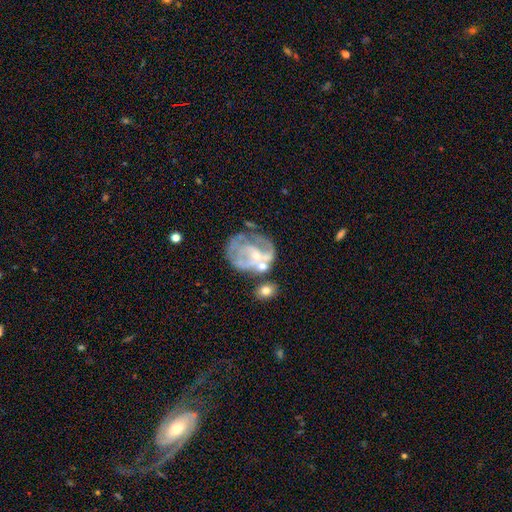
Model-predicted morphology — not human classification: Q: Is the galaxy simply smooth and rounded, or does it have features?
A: featured or disk — 70%.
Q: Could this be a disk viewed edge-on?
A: no — 98%.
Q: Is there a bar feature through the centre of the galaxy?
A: no — 69%.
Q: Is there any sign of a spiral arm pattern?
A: no — 55%.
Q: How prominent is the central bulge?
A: small — 51%.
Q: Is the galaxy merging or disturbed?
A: none — 38%.